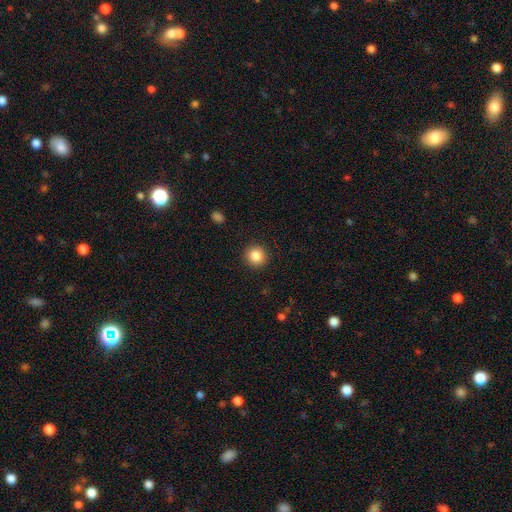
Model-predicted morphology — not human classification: smooth 87%, star or artifact 9%, featured or disk 4%. Down the decision tree: how rounded — round (93%); merging — none (92%).